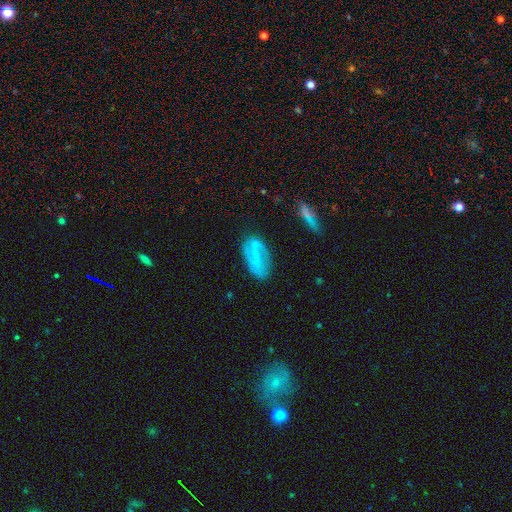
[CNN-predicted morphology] A smooth galaxy with no disk features (46%).

Vote fractions:
- Smooth or featured? smooth: 46% / featured or disk: 45% / star or artifact: 9%
- Merging? none: 69% / minor disturbance: 20% / major disturbance: 8% / merger: 4%